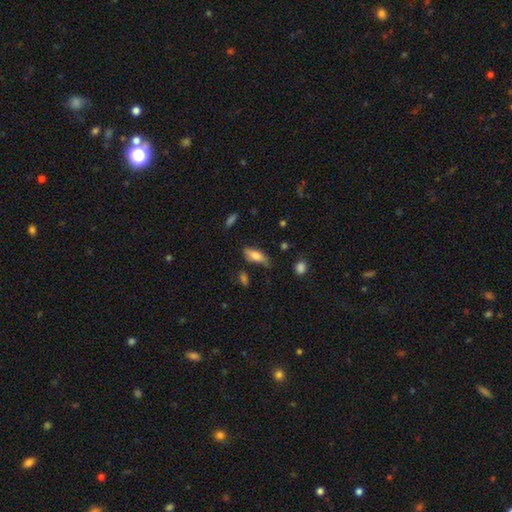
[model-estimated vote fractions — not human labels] smooth_or_featured: smooth (p=0.74) [alt: featured or disk p=0.19]
how_rounded: in between (p=0.75) [alt: cigar-shaped p=0.22]
merging: none (p=0.55) [alt: minor disturbance p=0.32]